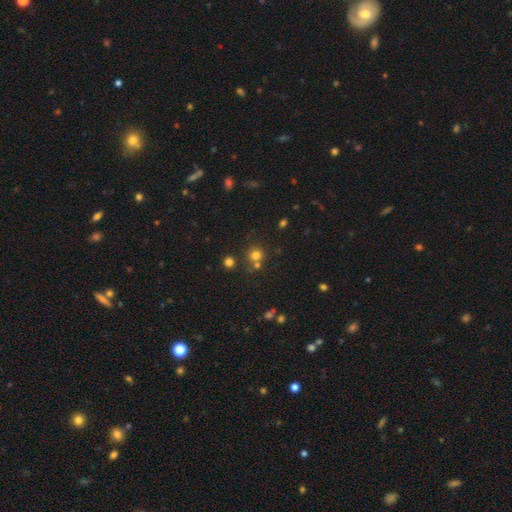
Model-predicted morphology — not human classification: This is likely a smooth galaxy (72%). How rounded: clearly round (89%). Merging: likely none (64%).